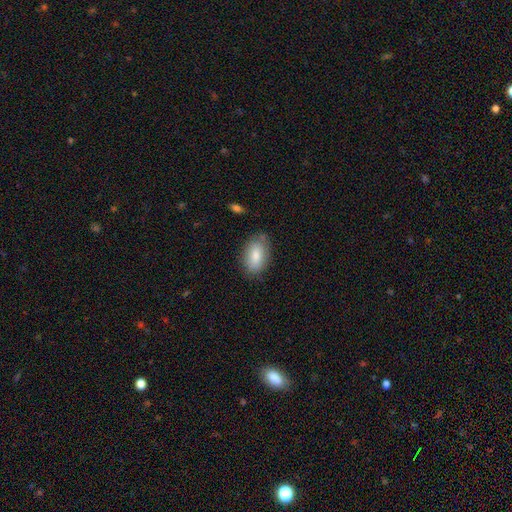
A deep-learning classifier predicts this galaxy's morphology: The model was most divided on "merging": none: 77%, minor disturbance: 17%, major disturbance: 4%, merger: 2%. More confident: how rounded — in between (91%); smooth or featured — smooth (82%).